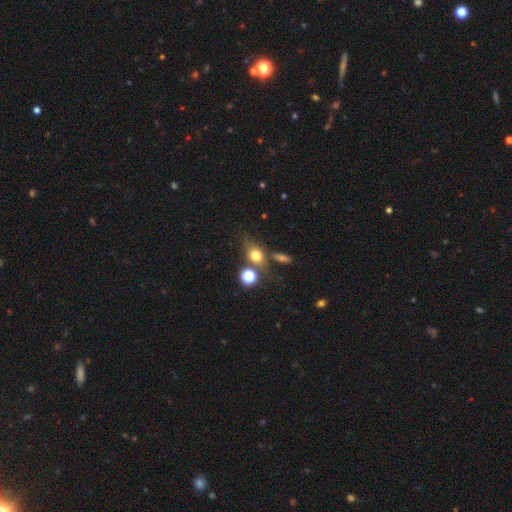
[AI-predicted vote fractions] Smooth or featured?
  - smooth: 69% *
  - star or artifact: 16%
  - featured or disk: 15%
How rounded?
  - round: 49% *
  - in between: 48%
  - cigar-shaped: 3%
Merging?
  - none: 56% *
  - merger: 19%
  - minor disturbance: 17%
  - major disturbance: 9%